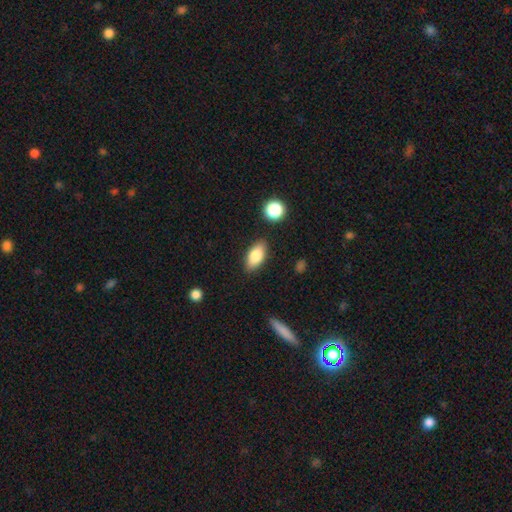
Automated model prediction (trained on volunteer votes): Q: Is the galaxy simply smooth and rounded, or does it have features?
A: smooth — 81%.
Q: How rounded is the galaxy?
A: in between — 88%.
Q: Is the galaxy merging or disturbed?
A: none — 84%.